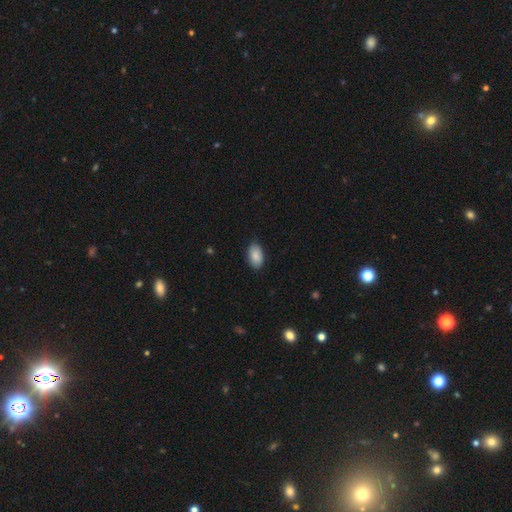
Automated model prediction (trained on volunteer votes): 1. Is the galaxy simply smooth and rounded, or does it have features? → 87% smooth, 7% featured or disk, 6% star or artifact.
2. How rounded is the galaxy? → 94% in between, 5% round, 2% cigar-shaped.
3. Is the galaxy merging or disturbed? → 82% none, 15% minor disturbance, 2% major disturbance, 1% merger.